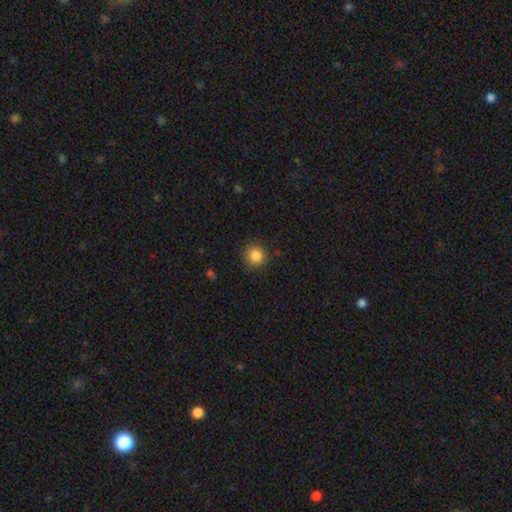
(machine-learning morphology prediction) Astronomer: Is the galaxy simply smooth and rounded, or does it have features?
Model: smooth — 85%.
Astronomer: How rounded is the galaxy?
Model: round — 93%.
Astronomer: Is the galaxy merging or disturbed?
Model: none — 89%.